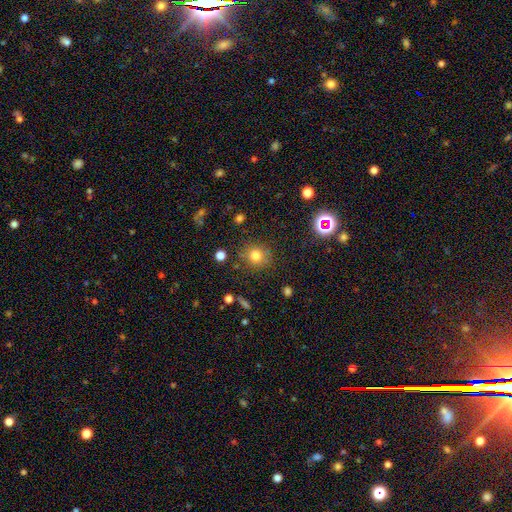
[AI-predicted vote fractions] smooth-or-featured: smooth: 76% | star or artifact: 15% | featured or disk: 8%
  how-rounded: round: 86% | in between: 13% | cigar-shaped: 1%
  merging: none: 82% | minor disturbance: 12% | major disturbance: 4% | merger: 3%